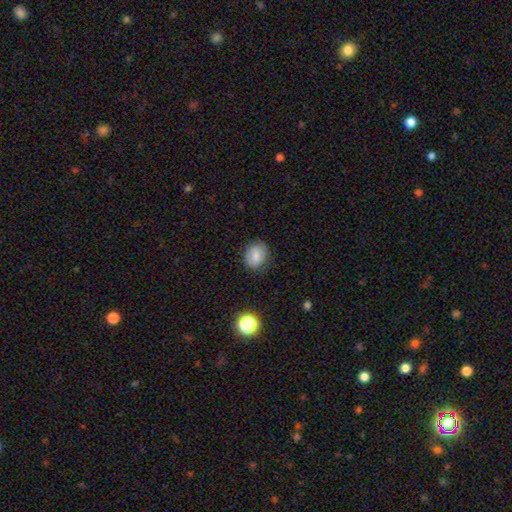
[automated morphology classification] Q: Smooth or featured?
A: smooth (78%); runner-up: featured or disk (12%)
Q: How rounded?
A: round (50%); runner-up: in between (49%)
Q: Merging?
A: none (82%); runner-up: minor disturbance (13%)